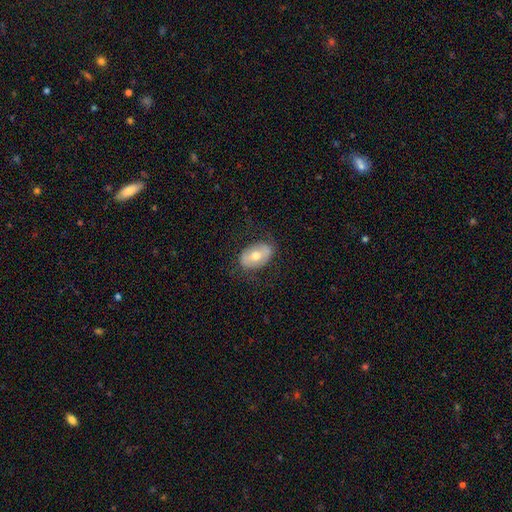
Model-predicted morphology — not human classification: Smooth or featured? smooth (53%)
How rounded? in between (87%)
Merging? none (74%)